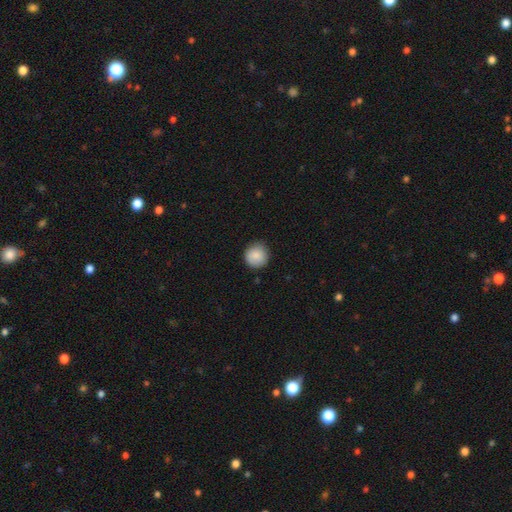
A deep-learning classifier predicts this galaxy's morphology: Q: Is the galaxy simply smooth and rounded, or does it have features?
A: smooth — 87%.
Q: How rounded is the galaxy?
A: round — 94%.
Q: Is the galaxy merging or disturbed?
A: none — 85%.